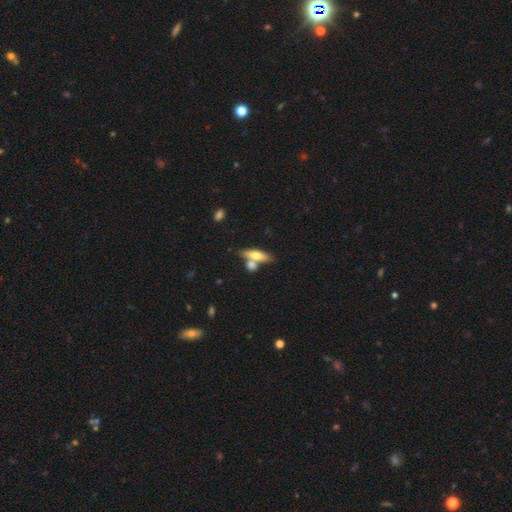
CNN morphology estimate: Smooth or featured? Predicted: smooth (p=0.57). How rounded? Predicted: cigar-shaped (p=0.52). Merging? Predicted: none (p=0.50).